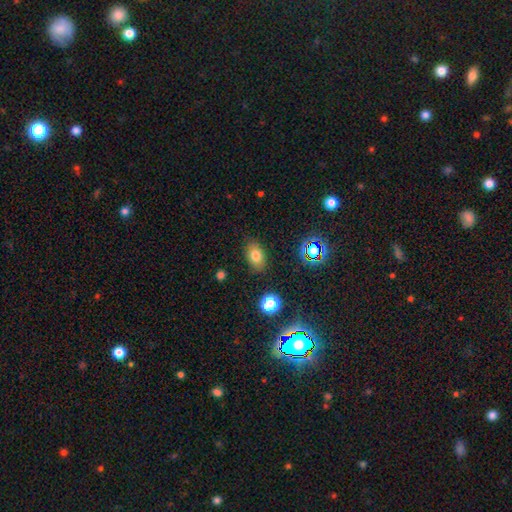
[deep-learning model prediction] Smooth or featured: smooth — 75% (star or artifact — 14%)
How rounded: in between — 84% (round — 15%)
Merging: none — 84% (minor disturbance — 11%)